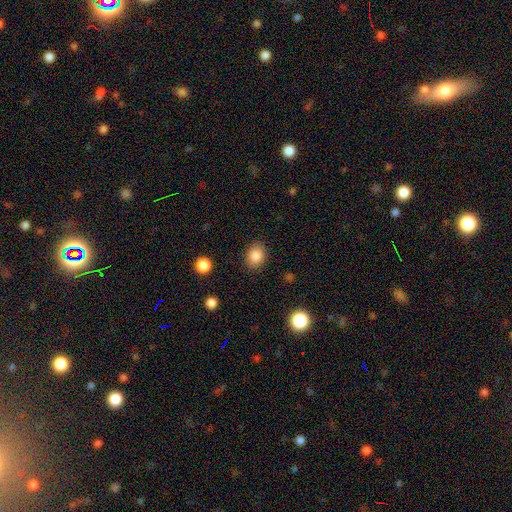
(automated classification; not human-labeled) smooth_or_featured: smooth (p=0.85) [alt: star or artifact p=0.09]
how_rounded: in between (p=0.52) [alt: round p=0.48]
merging: none (p=0.87) [alt: minor disturbance p=0.09]